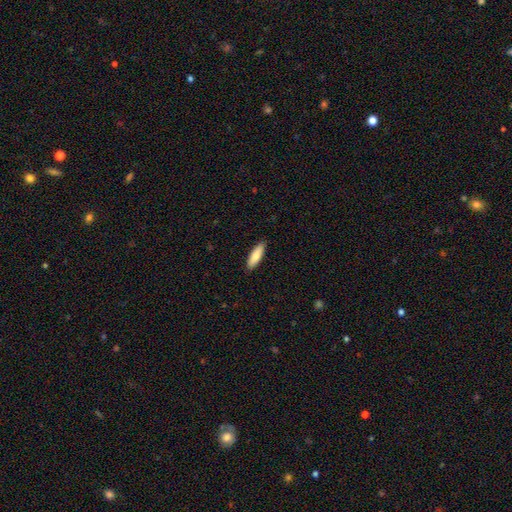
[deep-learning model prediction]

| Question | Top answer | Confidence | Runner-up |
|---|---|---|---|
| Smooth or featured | smooth | 82% | featured or disk (13%) |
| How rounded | cigar-shaped | 51% | in between (47%) |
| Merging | none | 90% | minor disturbance (8%) |